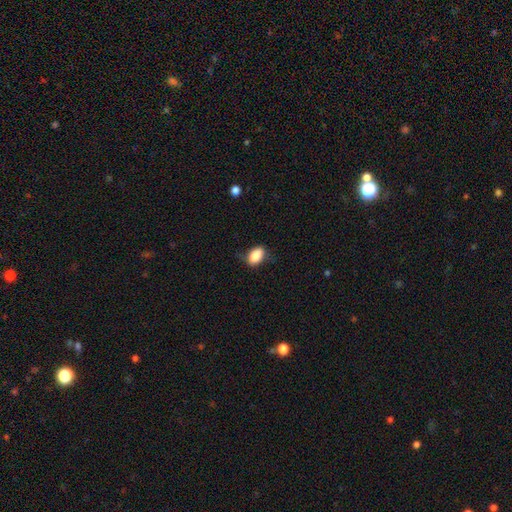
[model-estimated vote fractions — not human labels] Smooth or featured: smooth — 86% (star or artifact — 8%)
How rounded: in between — 85% (round — 13%)
Merging: none — 71% (minor disturbance — 23%)